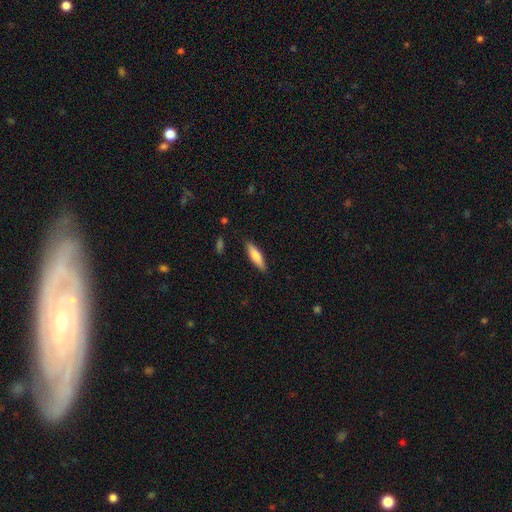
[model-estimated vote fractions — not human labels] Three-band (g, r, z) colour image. It shows a smooth galaxy with no disk features (78%) that is cigar-shaped (63%). Merging: none (87%).